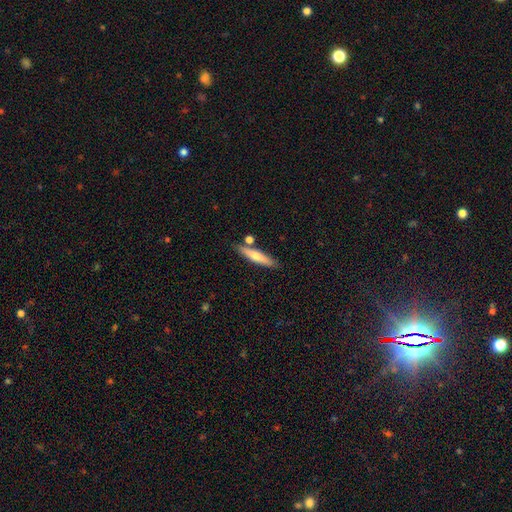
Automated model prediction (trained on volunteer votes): smooth 57%, featured or disk 37%, star or artifact 6%. Down the decision tree: how rounded — cigar-shaped (85%); merging — none (79%).